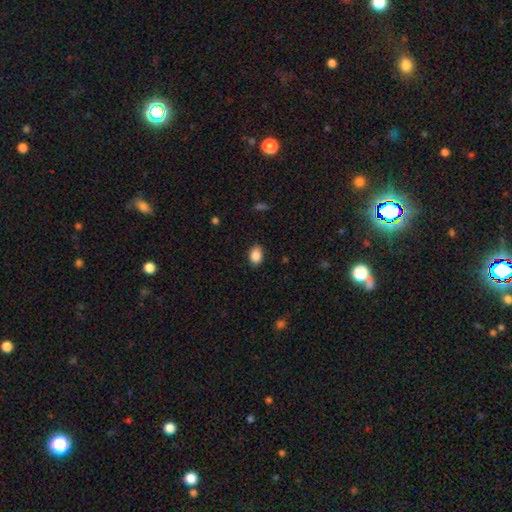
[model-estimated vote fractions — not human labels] smooth-or-featured: smooth: 88% | star or artifact: 8% | featured or disk: 4%
  how-rounded: in between: 81% | round: 17% | cigar-shaped: 1%
  merging: none: 87% | minor disturbance: 9% | major disturbance: 2% | merger: 1%